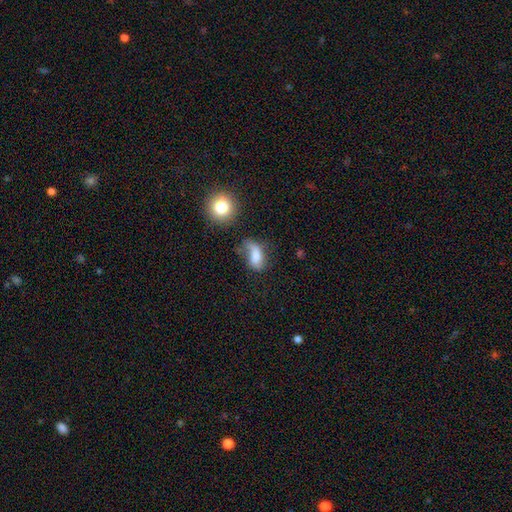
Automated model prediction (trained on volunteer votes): Overall: smooth (63%; featured or disk 26%). How rounded: in between (81%). Merging: none (33%; major disturbance 28%).